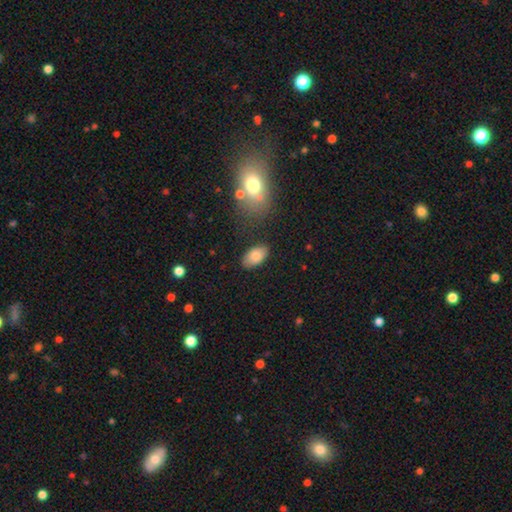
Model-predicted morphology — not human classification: Smooth or featured? smooth (82%)
How rounded? in between (94%)
Merging? none (83%)